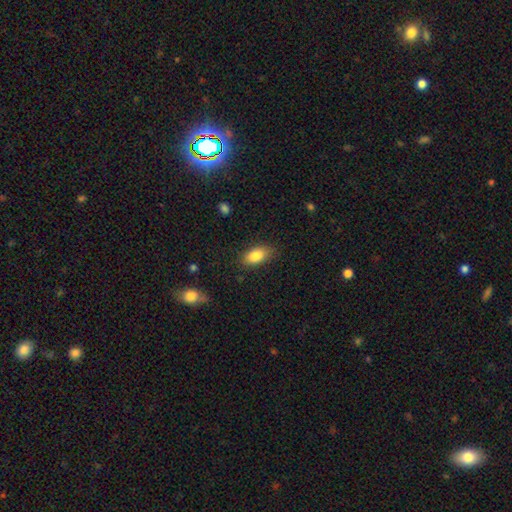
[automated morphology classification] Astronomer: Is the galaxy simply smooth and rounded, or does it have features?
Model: smooth — 86%.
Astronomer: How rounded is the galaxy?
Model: in between — 90%.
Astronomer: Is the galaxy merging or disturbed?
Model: none — 82%.